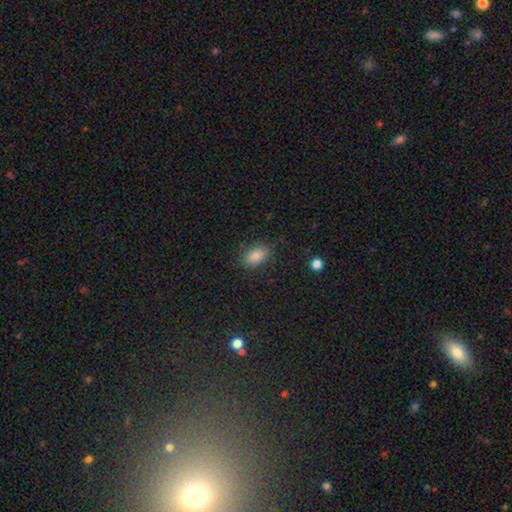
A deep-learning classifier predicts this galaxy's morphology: type=smooth (84%); roundness=in between (88%); merging=none (85%).